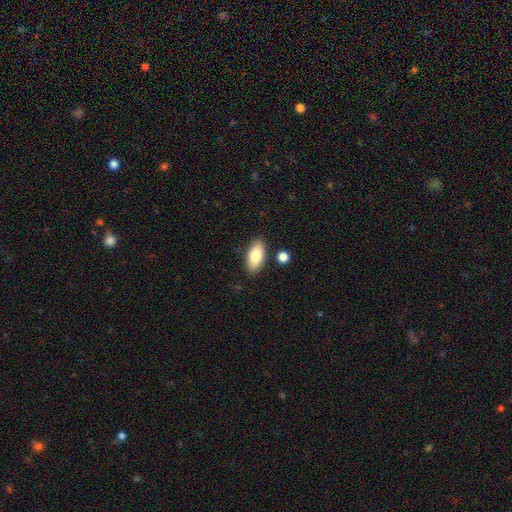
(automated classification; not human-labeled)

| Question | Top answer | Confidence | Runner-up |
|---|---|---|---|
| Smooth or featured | smooth | 80% | featured or disk (13%) |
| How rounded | in between | 89% | cigar-shaped (8%) |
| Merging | none | 84% | minor disturbance (10%) |